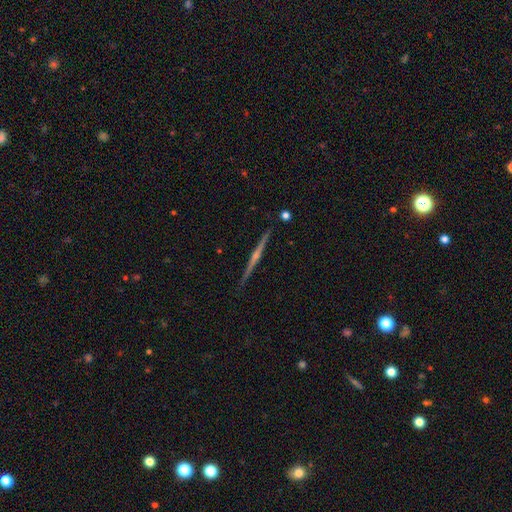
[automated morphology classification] smooth_or_featured: featured or disk (p=0.76) [alt: smooth p=0.15]
disk_edge_on: yes (p=0.97) [alt: no p=0.03]
edge_on_bulge: rounded (p=0.71) [alt: none p=0.20]
merging: none (p=0.89) [alt: minor disturbance p=0.07]